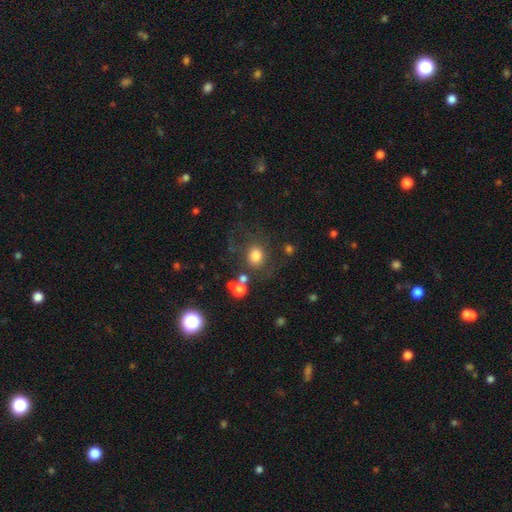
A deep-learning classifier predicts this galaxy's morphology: type=smooth (76%); roundness=round (73%); merging=none (62%).